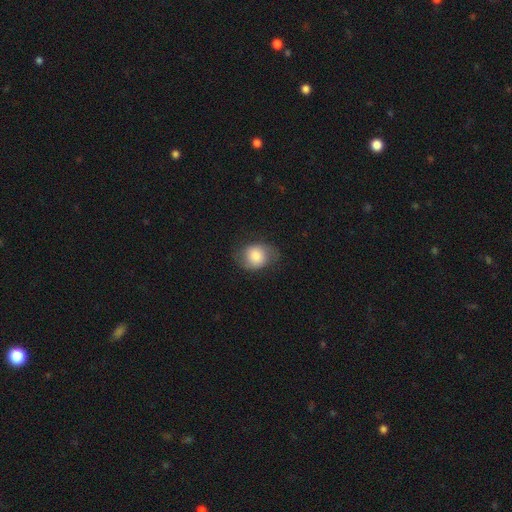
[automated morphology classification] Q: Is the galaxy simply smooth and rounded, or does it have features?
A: smooth — 70%.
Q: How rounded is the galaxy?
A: round — 54%.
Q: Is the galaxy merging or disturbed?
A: none — 67%.